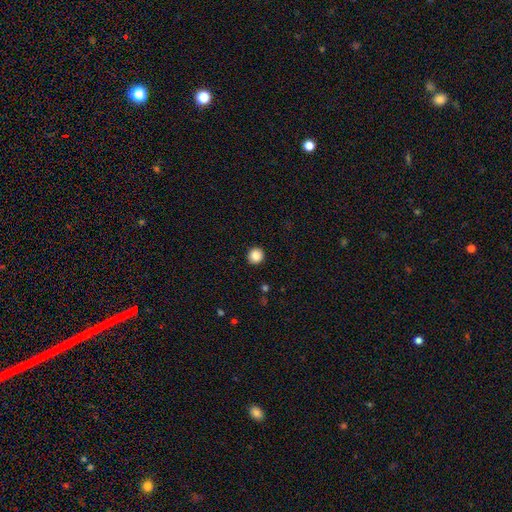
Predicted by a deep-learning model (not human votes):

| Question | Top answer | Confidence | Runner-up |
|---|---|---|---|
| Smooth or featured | smooth | 87% | star or artifact (9%) |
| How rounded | round | 93% | in between (6%) |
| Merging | none | 93% | minor disturbance (5%) |